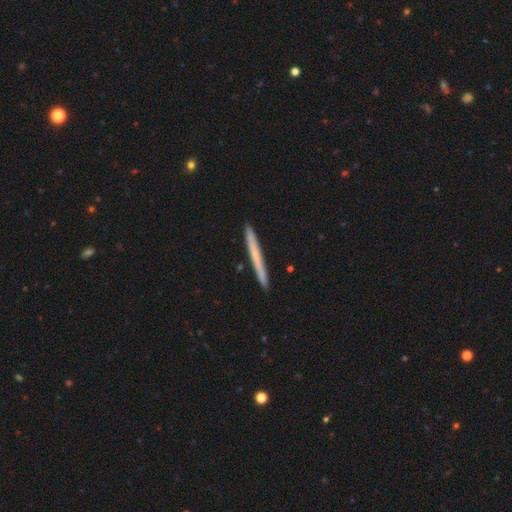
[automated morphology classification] smooth_or_featured: smooth (p=0.55) [alt: featured or disk p=0.39]
how_rounded: cigar-shaped (p=0.97) [alt: in between p=0.01]
merging: none (p=0.91) [alt: minor disturbance p=0.06]